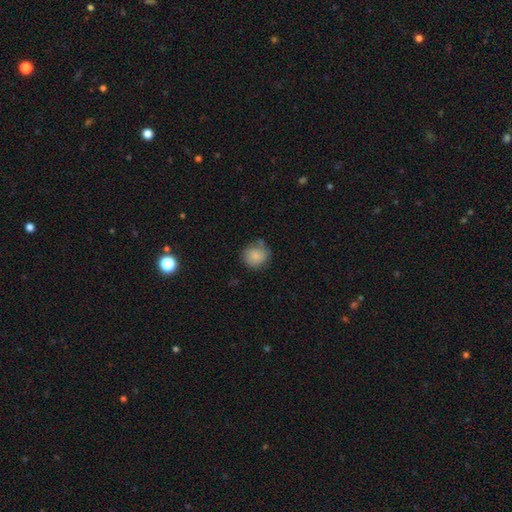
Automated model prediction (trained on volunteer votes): The model was most divided on "merging": none: 69%, minor disturbance: 21%, major disturbance: 6%, merger: 5%. More confident: how rounded — round (85%); smooth or featured — smooth (84%).